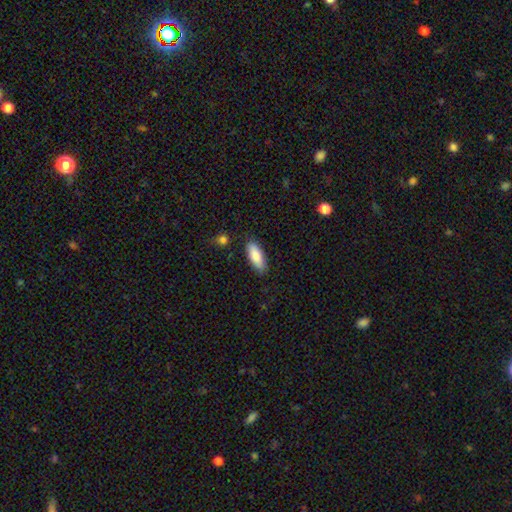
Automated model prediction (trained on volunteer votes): Overall: smooth (86%). How rounded: in between (75%). Merging: none (85%).